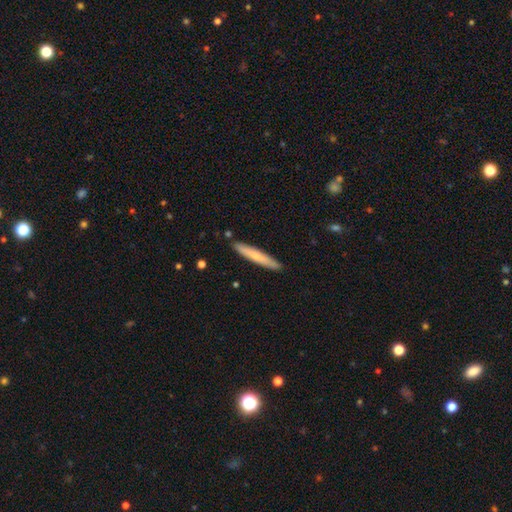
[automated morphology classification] smooth 65%, featured or disk 30%, star or artifact 5%. Down the decision tree: how rounded — cigar-shaped (95%); merging — none (90%).